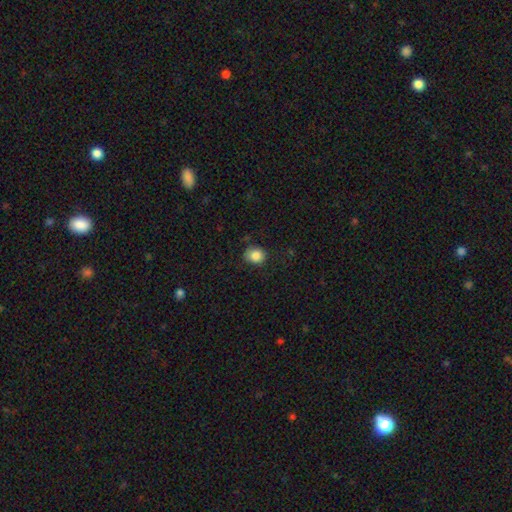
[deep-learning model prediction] Smooth or featured?
  - smooth: 85% *
  - star or artifact: 10%
  - featured or disk: 5%
How rounded?
  - round: 71% *
  - in between: 28%
  - cigar-shaped: 1%
Merging?
  - none: 74% *
  - minor disturbance: 20%
  - major disturbance: 4%
  - merger: 2%